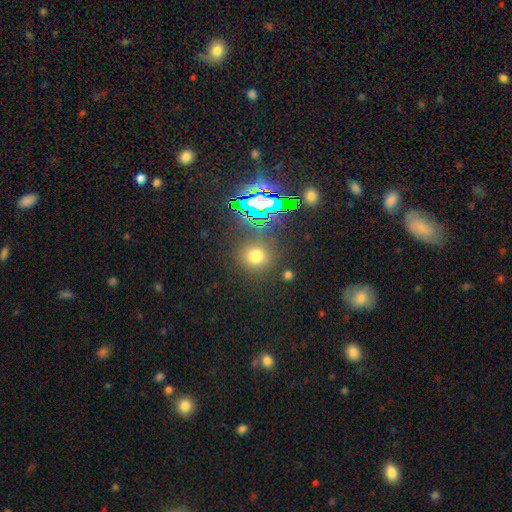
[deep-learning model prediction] Smooth or featured?
  - smooth: 65% *
  - star or artifact: 28%
  - featured or disk: 8%
How rounded?
  - round: 86% *
  - in between: 12%
  - cigar-shaped: 1%
Merging?
  - none: 83% *
  - minor disturbance: 8%
  - merger: 4%
  - major disturbance: 4%